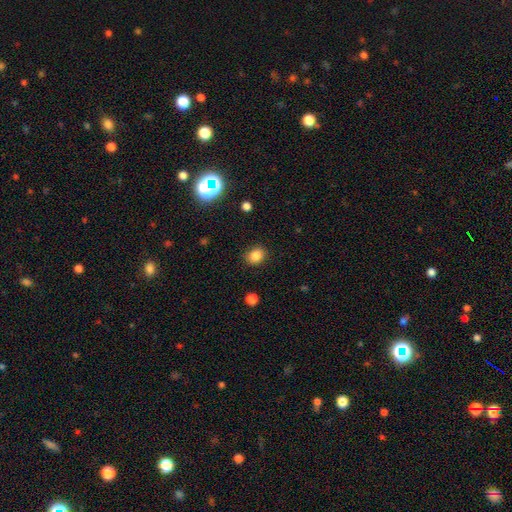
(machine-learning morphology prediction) This is clearly a smooth galaxy (83%). How rounded: possibly round (56%). Merging: clearly none (88%).